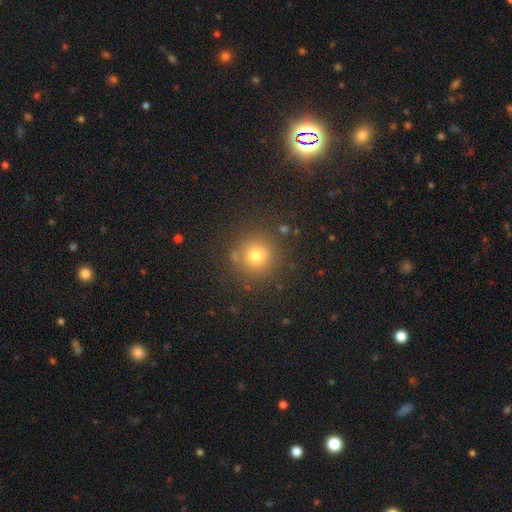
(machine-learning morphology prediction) Smooth or featured? Predicted: smooth (p=0.74). How rounded? Predicted: round (p=0.94). Merging? Predicted: none (p=0.85).